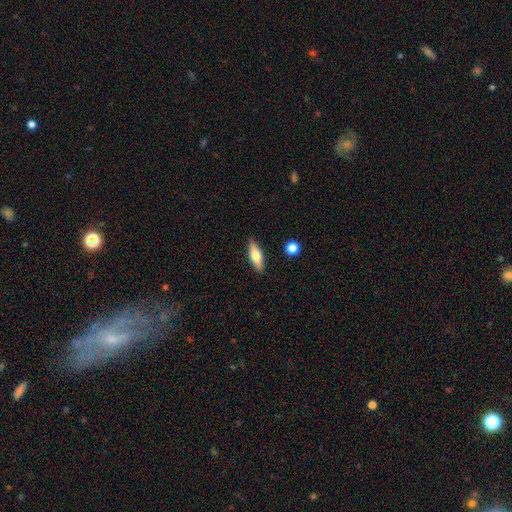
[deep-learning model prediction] smooth 66%, featured or disk 28%, star or artifact 7%. Down the decision tree: how rounded — in between (56%); merging — none (88%).